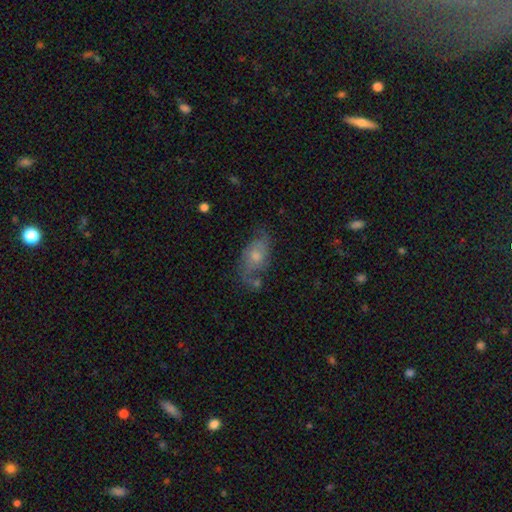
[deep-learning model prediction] This appears to be a featured or disk galaxy (55%). Merging: none (59%).